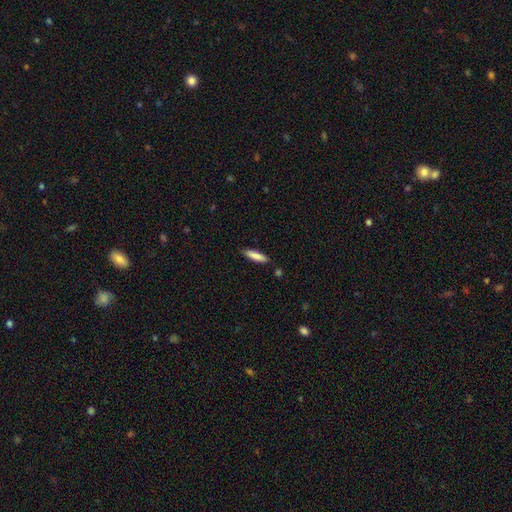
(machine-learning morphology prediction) smooth 83%, featured or disk 11%, star or artifact 6%. Down the decision tree: how rounded — cigar-shaped (75%); merging — none (86%).